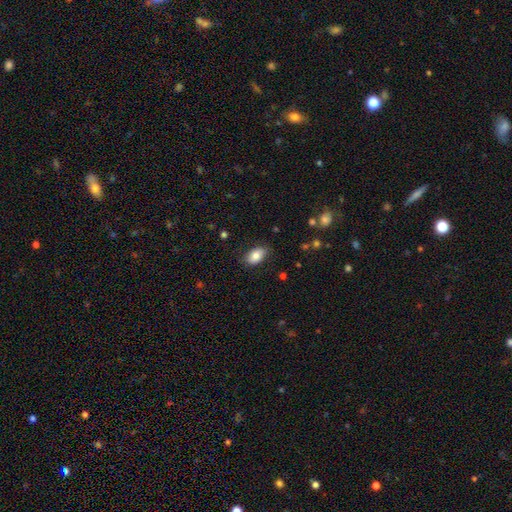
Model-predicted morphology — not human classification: Smooth or featured? smooth (84%)
How rounded? in between (92%)
Merging? none (80%)